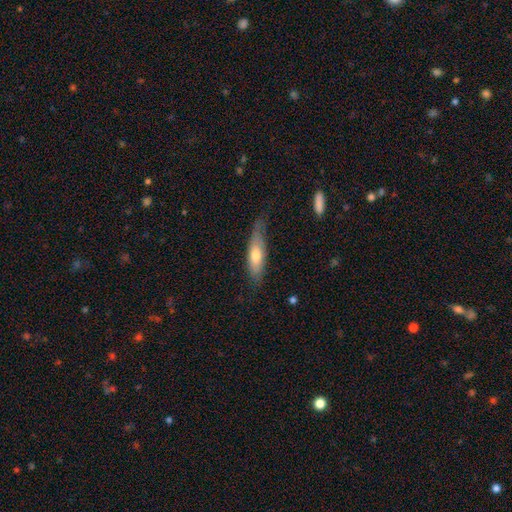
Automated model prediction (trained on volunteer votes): smooth_or_featured: smooth (p=0.62) [alt: featured or disk p=0.32]
how_rounded: cigar-shaped (p=0.58) [alt: in between p=0.40]
merging: none (p=0.62) [alt: minor disturbance p=0.28]